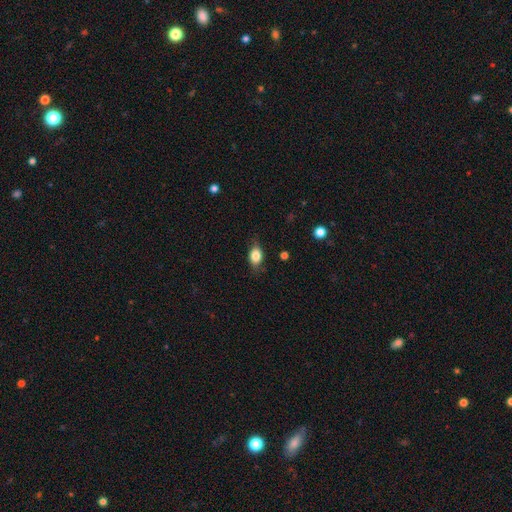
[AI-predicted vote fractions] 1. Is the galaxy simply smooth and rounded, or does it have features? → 81% smooth, 11% featured or disk, 8% star or artifact.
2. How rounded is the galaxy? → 78% in between, 19% round, 3% cigar-shaped.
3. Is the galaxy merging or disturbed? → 76% none, 19% minor disturbance, 4% major disturbance, 1% merger.